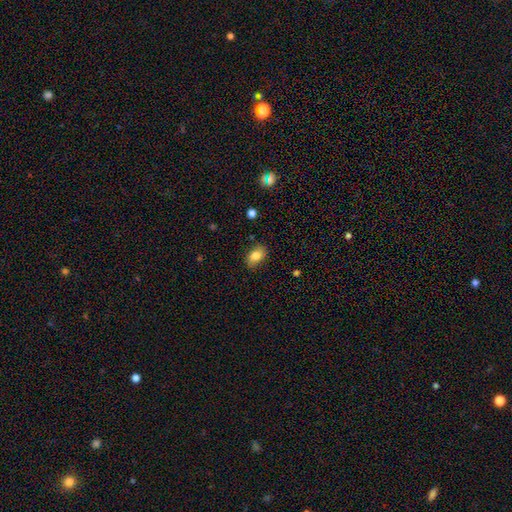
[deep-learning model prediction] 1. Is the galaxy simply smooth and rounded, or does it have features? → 82% smooth, 9% featured or disk, 8% star or artifact.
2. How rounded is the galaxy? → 85% in between, 13% round, 2% cigar-shaped.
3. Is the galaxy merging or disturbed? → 82% none, 14% minor disturbance, 3% major disturbance, 1% merger.